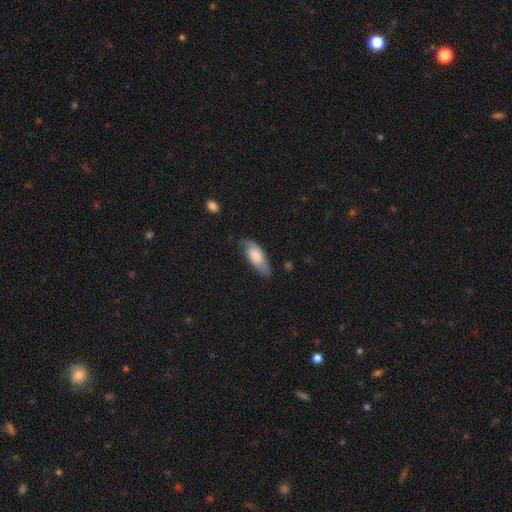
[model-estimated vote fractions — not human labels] Smooth or featured? Predicted: smooth (p=0.62). How rounded? Predicted: in between (p=0.80). Merging? Predicted: none (p=0.68).